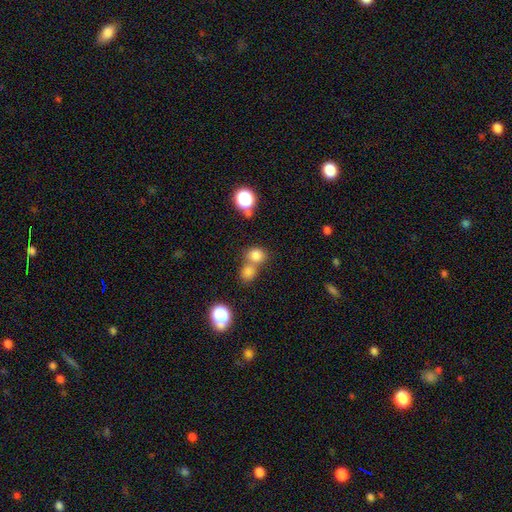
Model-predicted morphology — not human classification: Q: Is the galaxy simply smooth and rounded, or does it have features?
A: smooth — 78%.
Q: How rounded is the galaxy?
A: round — 77%.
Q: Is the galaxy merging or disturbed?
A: none — 48%.